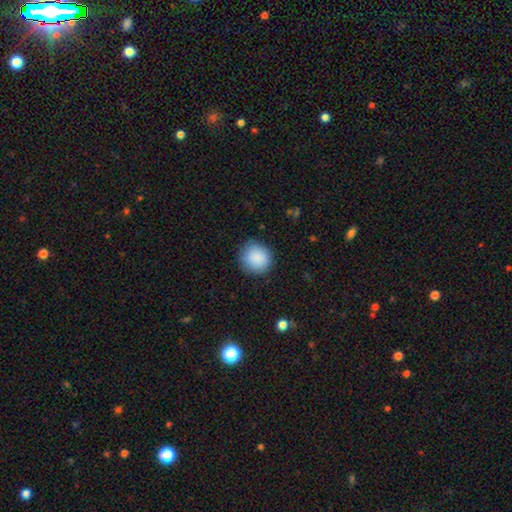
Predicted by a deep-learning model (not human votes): Smooth or featured? Predicted: smooth (p=0.89). How rounded? Predicted: round (p=0.88). Merging? Predicted: none (p=0.86).